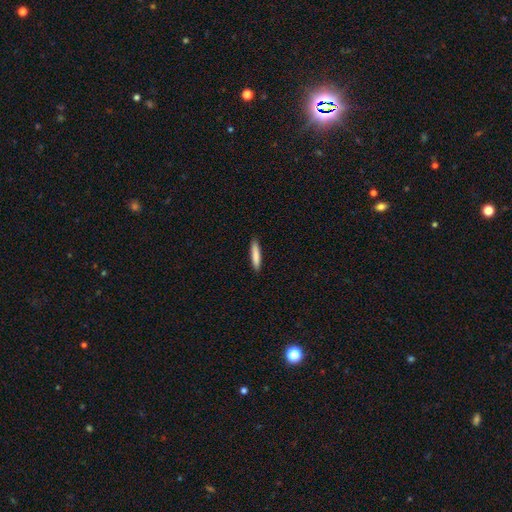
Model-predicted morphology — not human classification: smooth_or_featured: smooth (p=0.84) [alt: featured or disk p=0.11]
how_rounded: cigar-shaped (p=0.89) [alt: in between p=0.10]
merging: none (p=0.90) [alt: minor disturbance p=0.07]